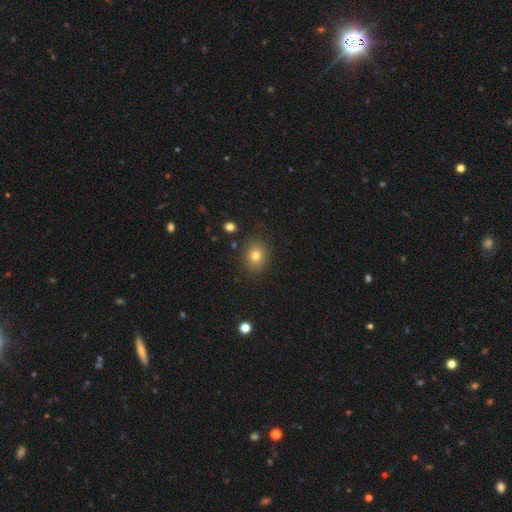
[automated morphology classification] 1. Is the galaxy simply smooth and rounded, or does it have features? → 78% smooth, 13% star or artifact, 9% featured or disk.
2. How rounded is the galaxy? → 64% round, 35% in between, 1% cigar-shaped.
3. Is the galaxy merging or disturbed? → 86% none, 10% minor disturbance, 3% major disturbance, 2% merger.